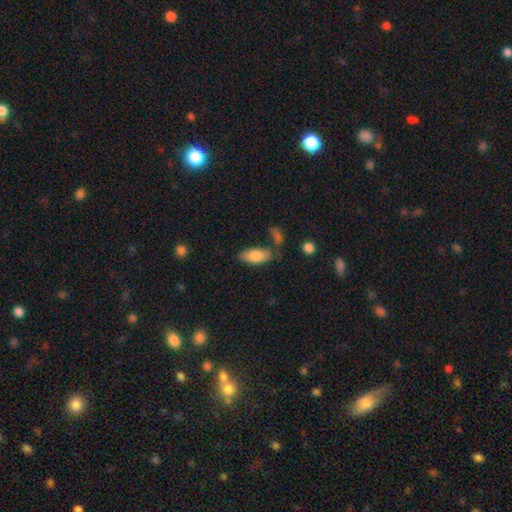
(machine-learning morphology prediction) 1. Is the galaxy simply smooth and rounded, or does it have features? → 80% smooth, 14% featured or disk, 6% star or artifact.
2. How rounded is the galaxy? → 86% in between, 11% cigar-shaped, 3% round.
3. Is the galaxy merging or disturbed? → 65% none, 19% minor disturbance, 10% merger, 6% major disturbance.